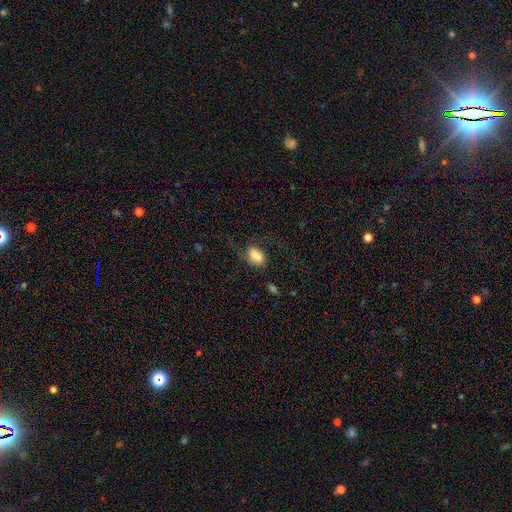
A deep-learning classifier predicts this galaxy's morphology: This is likely a smooth galaxy (72%). How rounded: clearly in between (86%). Merging: marginally none (40%).